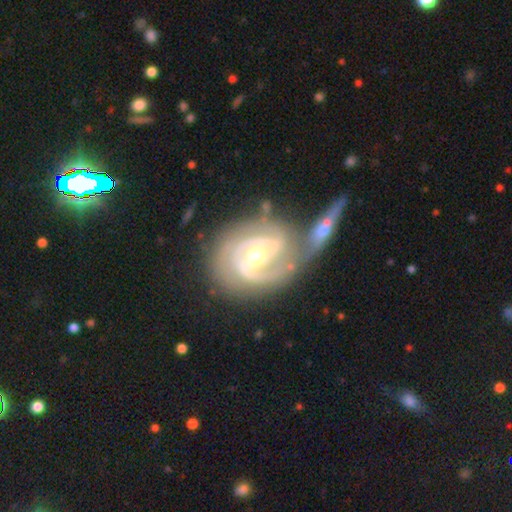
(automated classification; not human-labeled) smooth_or_featured: featured or disk (p=0.91) [alt: smooth p=0.05]
disk_edge_on: no (p=0.97) [alt: yes p=0.03]
bar: weak (p=0.44) [alt: strong p=0.34]
has_spiral_arms: yes (p=0.98) [alt: no p=0.02]
spiral_winding: tight (p=0.55) [alt: medium p=0.38]
spiral_arm_count: 2 (p=0.61) [alt: 3 p=0.19]
bulge_size: moderate (p=0.57) [alt: small p=0.39]
merging: none (p=0.38) [tied with: merger p=0.38]